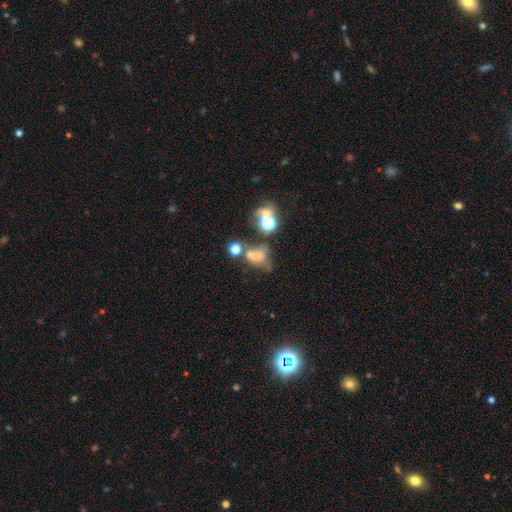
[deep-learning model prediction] smooth-or-featured: smooth: 48% | star or artifact: 26% | featured or disk: 26%
  merging: merger: 36% | none: 26% | major disturbance: 23% | minor disturbance: 15%